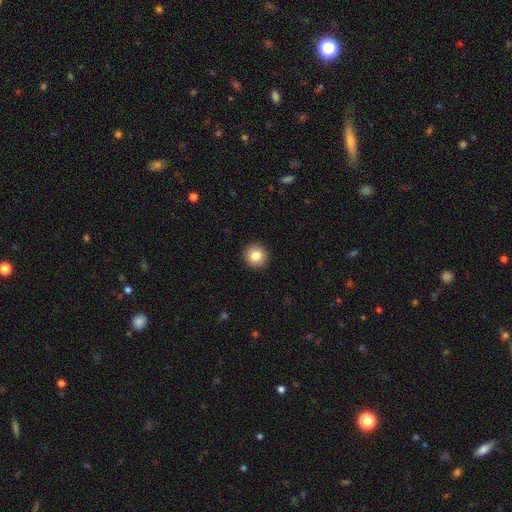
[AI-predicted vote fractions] Smooth or featured? Predicted: smooth (p=0.83). How rounded? Predicted: round (p=0.93). Merging? Predicted: none (p=0.93).